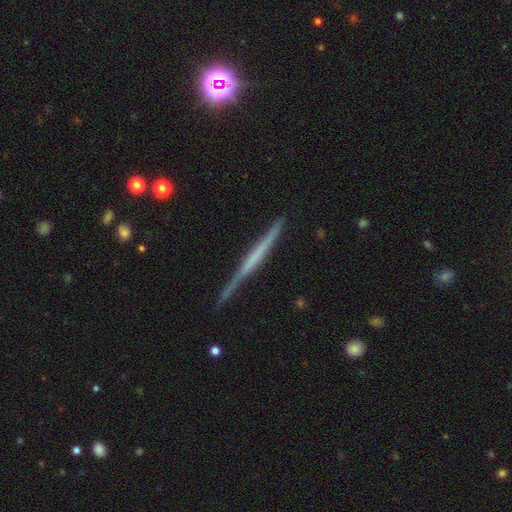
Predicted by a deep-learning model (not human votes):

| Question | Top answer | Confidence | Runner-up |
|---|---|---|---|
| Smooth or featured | featured or disk | 67% | smooth (27%) |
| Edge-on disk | yes | 98% | no (2%) |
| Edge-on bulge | none | 74% | rounded (14%) |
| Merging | none | 83% | minor disturbance (13%) |